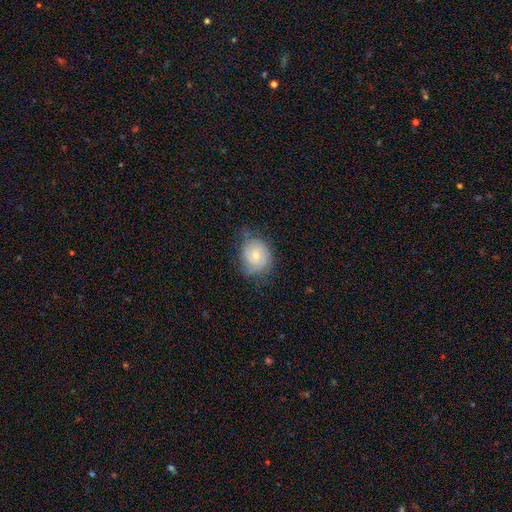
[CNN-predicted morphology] Q: Smooth or featured?
A: smooth (54%); runner-up: featured or disk (38%)
Q: How rounded?
A: round (71%); runner-up: in between (28%)
Q: Merging?
A: none (59%); runner-up: minor disturbance (30%)